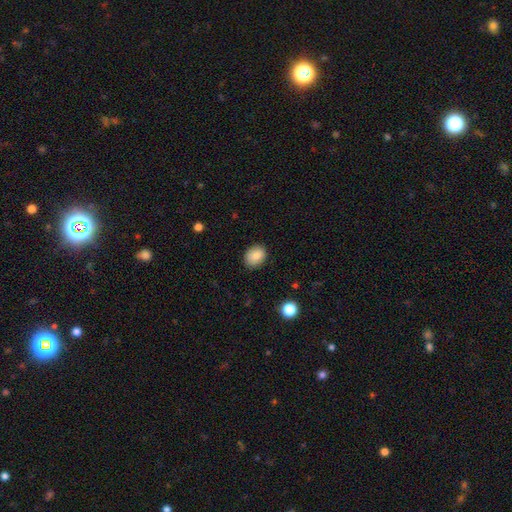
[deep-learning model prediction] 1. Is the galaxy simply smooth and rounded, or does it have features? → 84% smooth, 9% star or artifact, 8% featured or disk.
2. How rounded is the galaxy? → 55% in between, 44% round, 1% cigar-shaped.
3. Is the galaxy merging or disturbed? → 86% none, 10% minor disturbance, 2% major disturbance, 1% merger.